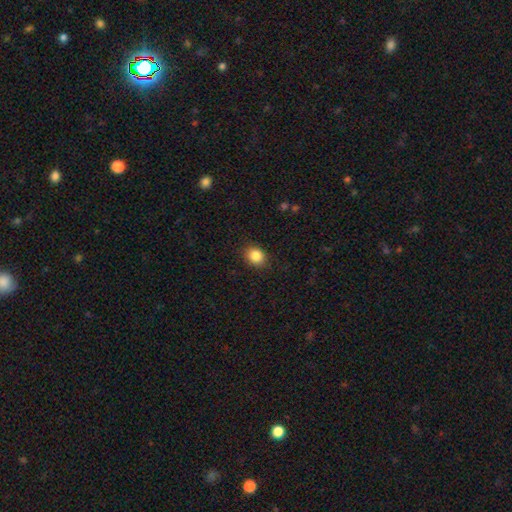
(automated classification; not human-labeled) Smooth or featured?
  - smooth: 86% *
  - star or artifact: 9%
  - featured or disk: 5%
How rounded?
  - round: 53% *
  - in between: 46%
  - cigar-shaped: 1%
Merging?
  - none: 87% *
  - minor disturbance: 10%
  - major disturbance: 3%
  - merger: 1%